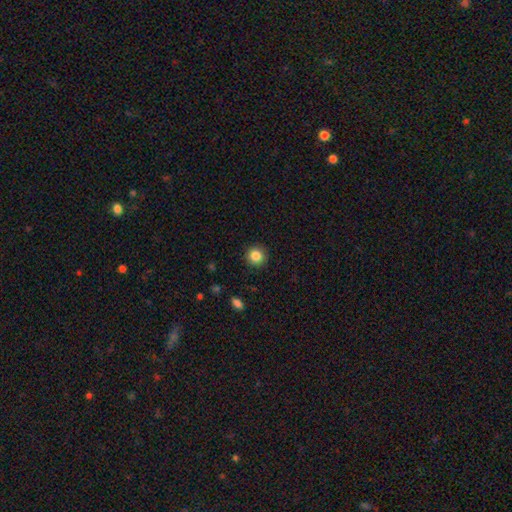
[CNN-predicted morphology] Smooth or featured? Predicted: smooth (p=0.85). How rounded? Predicted: round (p=0.93). Merging? Predicted: none (p=0.91).